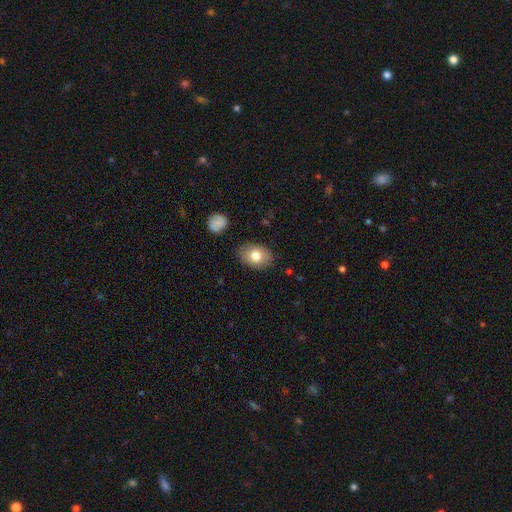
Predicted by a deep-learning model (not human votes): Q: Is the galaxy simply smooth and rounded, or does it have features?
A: smooth — 78%.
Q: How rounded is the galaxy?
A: in between — 78%.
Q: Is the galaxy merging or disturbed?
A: none — 85%.